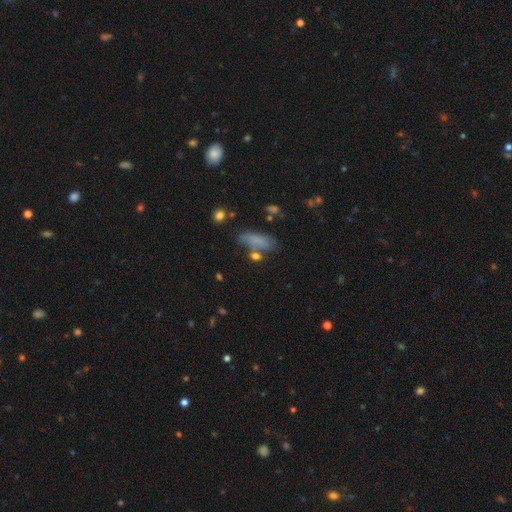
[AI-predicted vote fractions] A smooth galaxy with no disk features (76%) that is in between round and cigar-shaped (63%). Merging: none (56%).